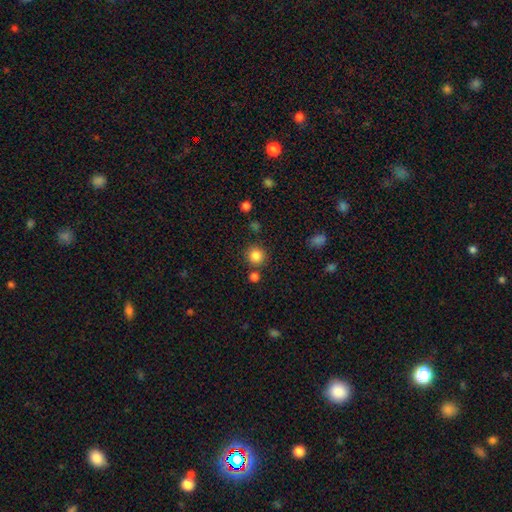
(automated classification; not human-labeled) This is clearly a smooth galaxy (85%). How rounded: clearly round (92%). Merging: clearly none (80%).